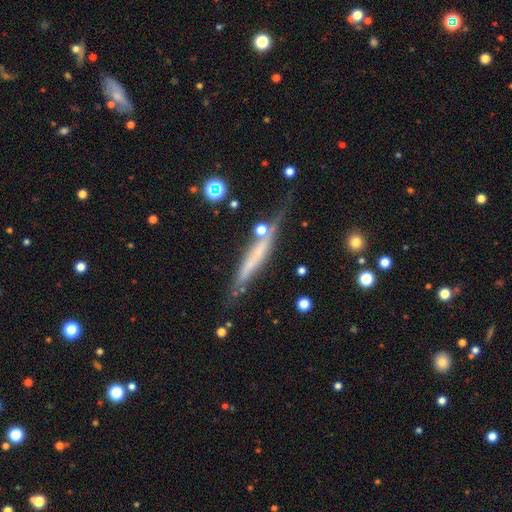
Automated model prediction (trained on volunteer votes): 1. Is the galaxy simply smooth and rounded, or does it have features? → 57% featured or disk, 35% smooth, 9% star or artifact.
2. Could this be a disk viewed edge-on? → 88% yes, 12% no.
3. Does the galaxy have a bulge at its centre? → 71% none, 15% rounded, 14% boxy.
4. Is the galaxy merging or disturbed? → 62% none, 22% minor disturbance, 9% major disturbance, 7% merger.